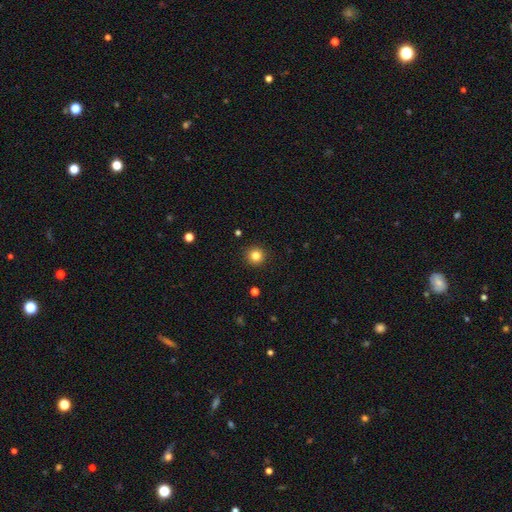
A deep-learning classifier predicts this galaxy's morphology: type=smooth (83%); roundness=round (95%); merging=none (92%).